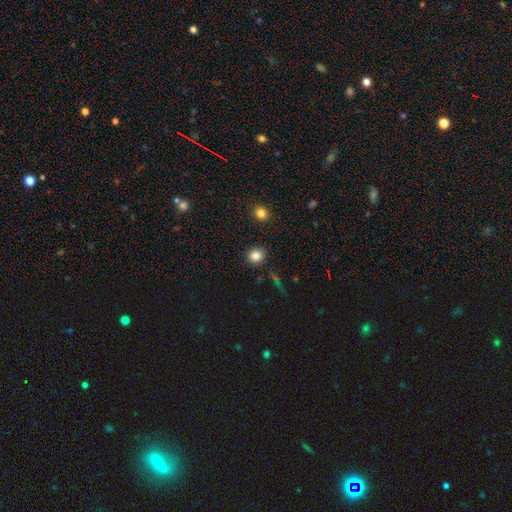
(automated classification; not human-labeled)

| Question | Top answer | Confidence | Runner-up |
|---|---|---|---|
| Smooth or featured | smooth | 84% | star or artifact (11%) |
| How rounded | round | 82% | in between (17%) |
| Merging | none | 89% | minor disturbance (7%) |